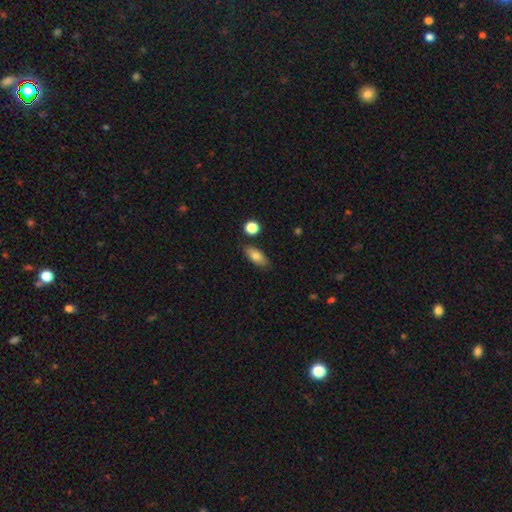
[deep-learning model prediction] smooth 78%, featured or disk 14%, star or artifact 8%. Down the decision tree: how rounded — in between (83%); merging — none (81%).